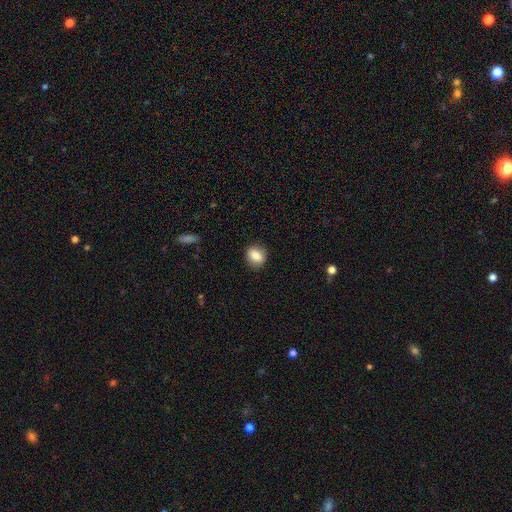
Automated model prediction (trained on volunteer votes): The model was most divided on "how rounded": round: 59%, in between: 40%, cigar-shaped: 1%. More confident: merging — none (87%); smooth or featured — smooth (84%).